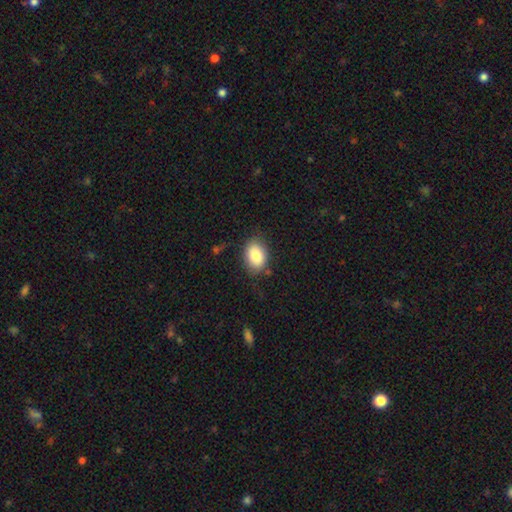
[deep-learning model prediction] A smooth galaxy with no disk features (83%) that is in between round and cigar-shaped (75%).

Vote fractions:
- Smooth or featured? smooth: 83% / featured or disk: 10% / star or artifact: 8%
- How rounded? in between: 75% / round: 24% / cigar-shaped: 1%
- Merging? none: 78% / minor disturbance: 16% / major disturbance: 4% / merger: 2%